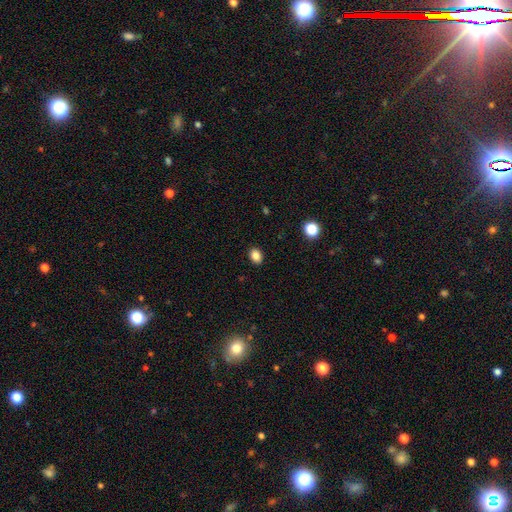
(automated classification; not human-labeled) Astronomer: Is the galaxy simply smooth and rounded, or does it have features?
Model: smooth — 85%.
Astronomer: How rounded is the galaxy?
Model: in between — 65%.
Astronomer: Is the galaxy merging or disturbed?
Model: none — 90%.